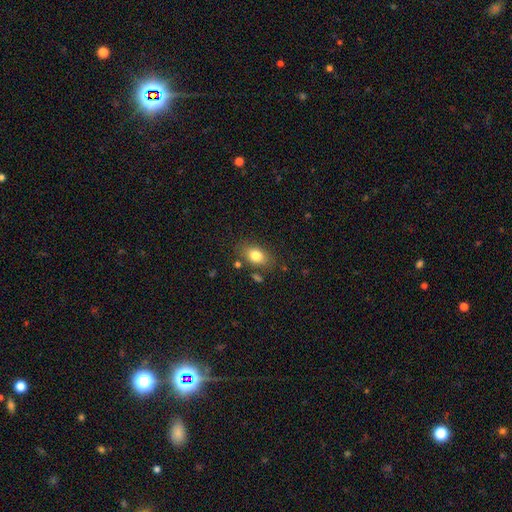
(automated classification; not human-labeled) A smooth galaxy with no disk features (80%) that is in between round and cigar-shaped (81%).

Vote fractions:
- Smooth or featured? smooth: 80% / featured or disk: 11% / star or artifact: 9%
- How rounded? in between: 81% / round: 17% / cigar-shaped: 2%
- Merging? none: 77% / minor disturbance: 14% / merger: 5% / major disturbance: 4%